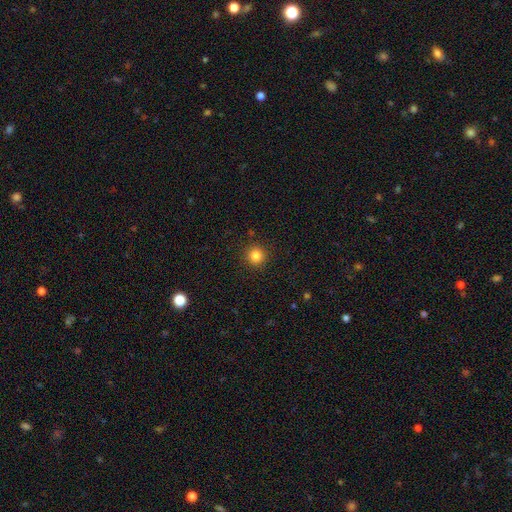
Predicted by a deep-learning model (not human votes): Overall: smooth (83%). How rounded: round (95%). Merging: none (91%).